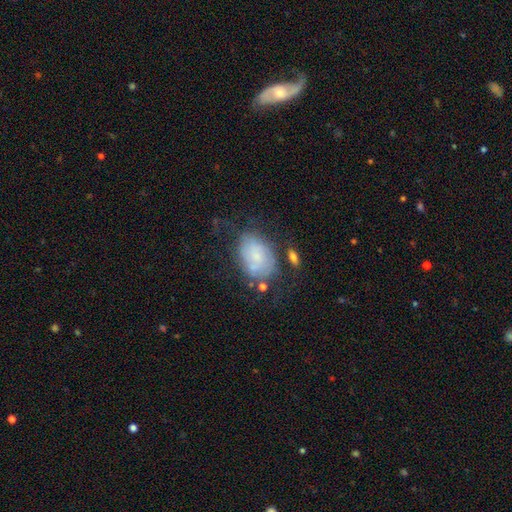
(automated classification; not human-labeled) smooth-or-featured: smooth: 57% | featured or disk: 33% | star or artifact: 11%
  how-rounded: in between: 79% | round: 20% | cigar-shaped: 1%
  merging: none: 49% | minor disturbance: 26% | major disturbance: 18% | merger: 7%